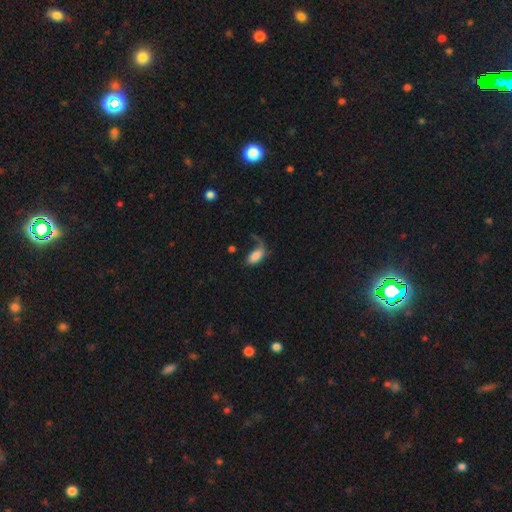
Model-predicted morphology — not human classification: Smooth or featured: smooth — 74% (featured or disk — 18%)
How rounded: in between — 90% (cigar-shaped — 6%)
Merging: major disturbance — 39% (none — 32%)